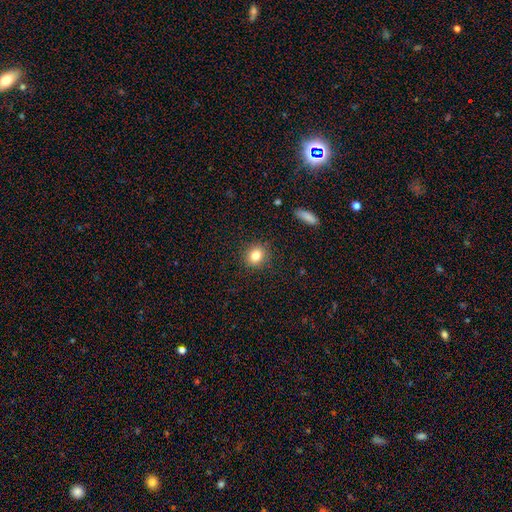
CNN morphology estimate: smooth 81%, star or artifact 11%, featured or disk 8%. Down the decision tree: how rounded — round (75%); merging — none (89%).